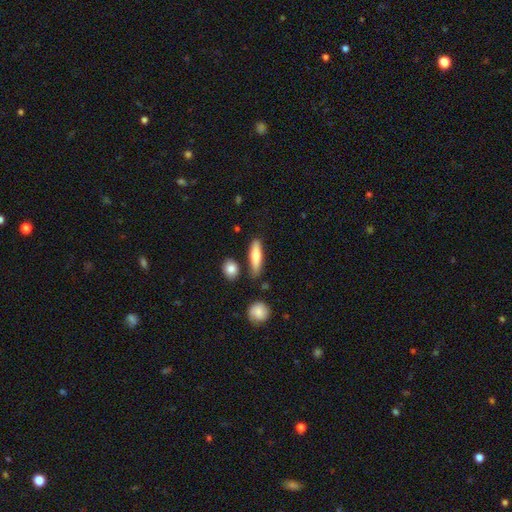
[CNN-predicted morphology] Overall: smooth (70%). How rounded: cigar-shaped (68%; in between 29%). Merging: none (78%).